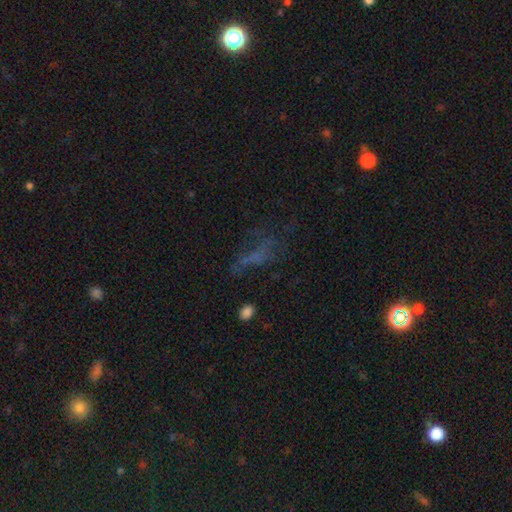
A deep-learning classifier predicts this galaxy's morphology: Smooth or featured? Predicted: smooth (p=0.35). Merging? Predicted: none (p=0.45).